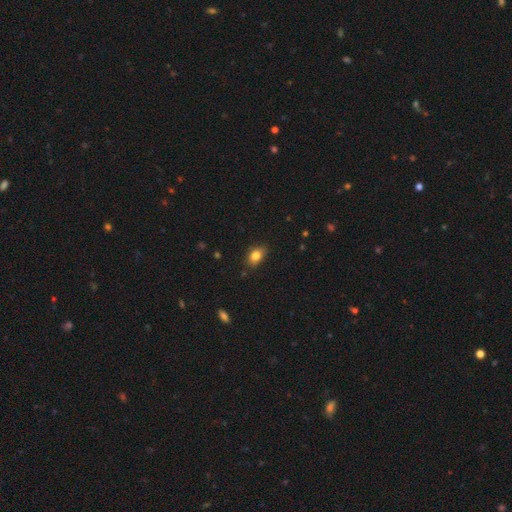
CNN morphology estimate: Q: Smooth or featured?
A: smooth (82%); runner-up: star or artifact (10%)
Q: How rounded?
A: in between (77%); runner-up: round (21%)
Q: Merging?
A: none (77%); runner-up: minor disturbance (18%)